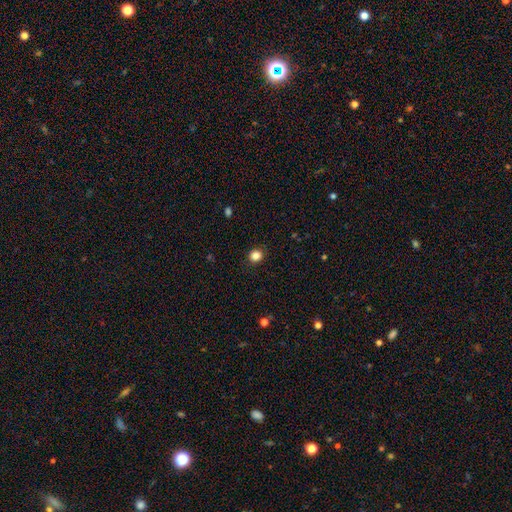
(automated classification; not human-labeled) smooth 85%, star or artifact 11%, featured or disk 4%. Down the decision tree: how rounded — round (77%); merging — none (90%).